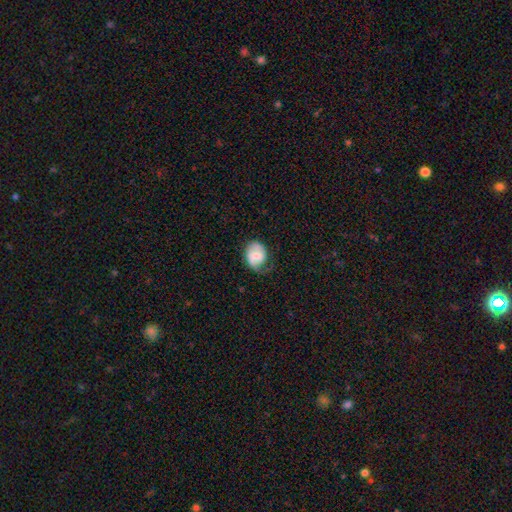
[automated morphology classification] A smooth galaxy with no disk features (48%).

Vote fractions:
- Smooth or featured? smooth: 48% / featured or disk: 45% / star or artifact: 7%
- Merging? none: 43% / minor disturbance: 34% / major disturbance: 22% / merger: 2%